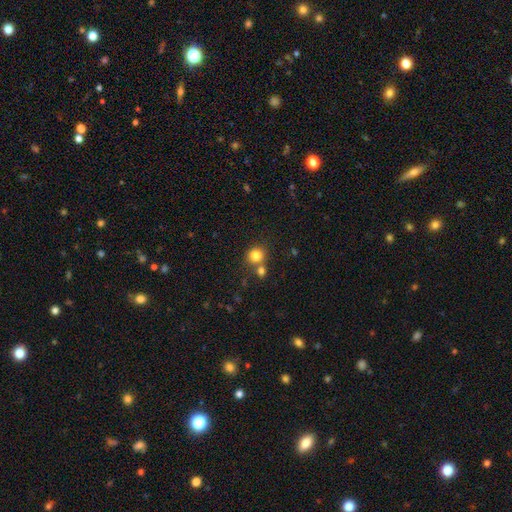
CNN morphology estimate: smooth 83%, star or artifact 11%, featured or disk 6%. Down the decision tree: how rounded — round (85%); merging — none (62%).